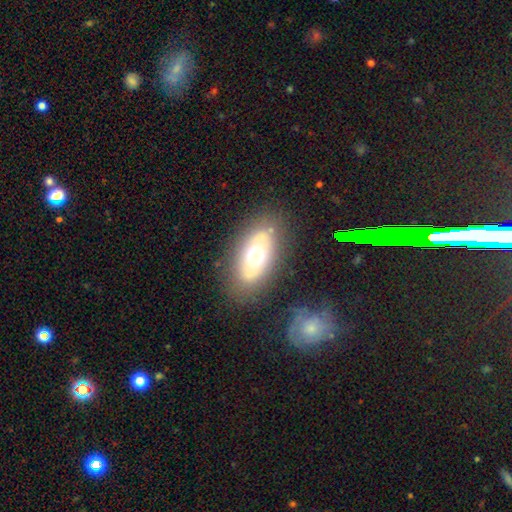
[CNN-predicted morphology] Smooth or featured? Predicted: smooth (p=0.49). Merging? Predicted: none (p=0.78).